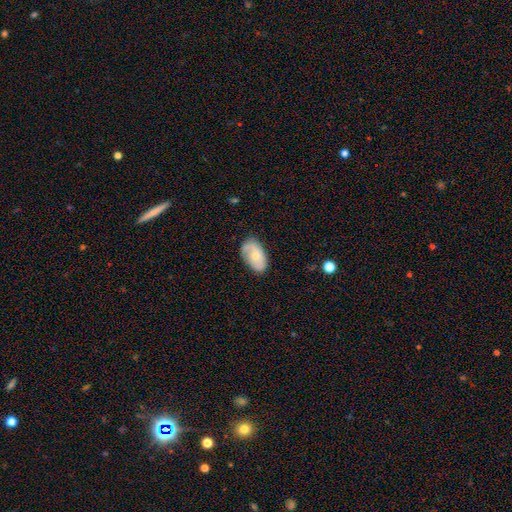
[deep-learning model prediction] A smooth galaxy with no disk features (56%) that is in between round and cigar-shaped (93%).

Vote fractions:
- Smooth or featured? smooth: 56% / featured or disk: 38% / star or artifact: 6%
- How rounded? in between: 93% / round: 6% / cigar-shaped: 2%
- Merging? none: 66% / minor disturbance: 25% / major disturbance: 7% / merger: 2%